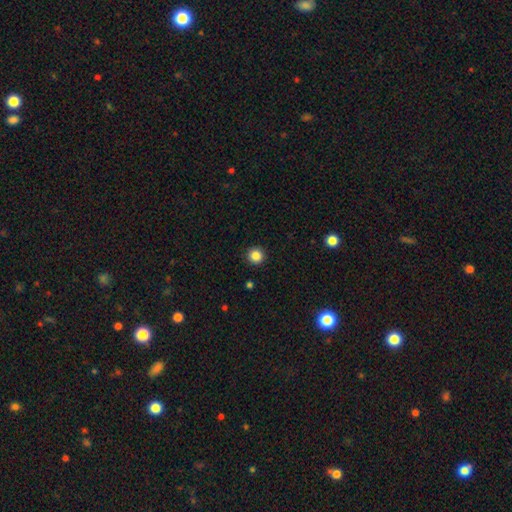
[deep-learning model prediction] Smooth or featured? Predicted: smooth (p=0.85). How rounded? Predicted: round (p=0.96). Merging? Predicted: none (p=0.93).